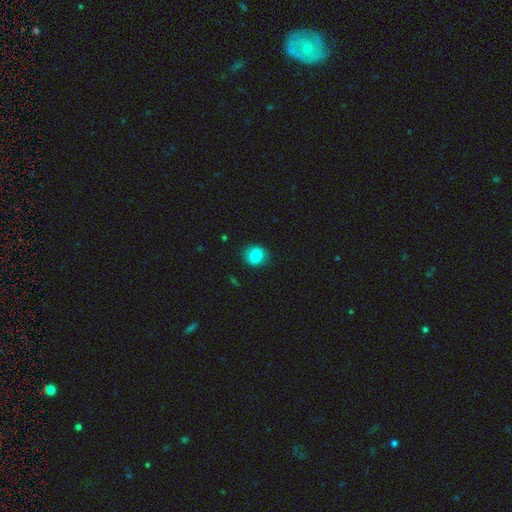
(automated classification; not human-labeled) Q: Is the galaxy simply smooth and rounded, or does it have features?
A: smooth — 83%.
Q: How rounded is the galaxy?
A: round — 71%.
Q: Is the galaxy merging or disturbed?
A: none — 83%.